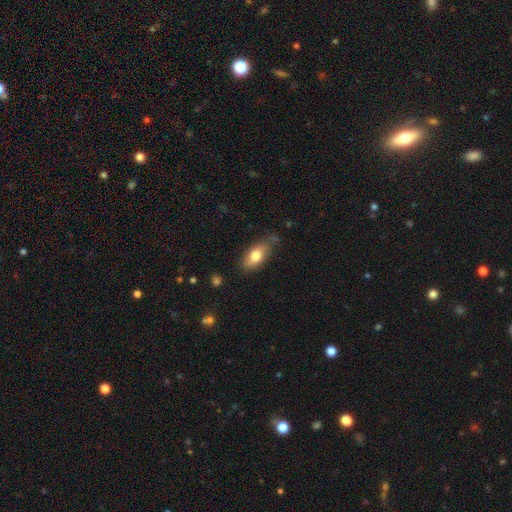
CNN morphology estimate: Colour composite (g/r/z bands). It shows a smooth galaxy with no disk features (74%) that is in between round and cigar-shaped (84%). Merging: none (70%).